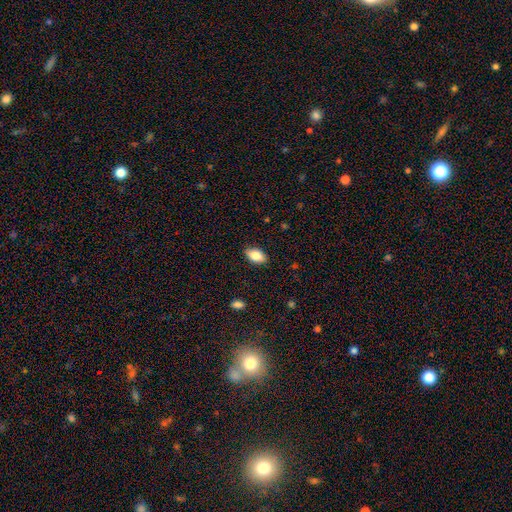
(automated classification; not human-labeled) Overall: smooth (83%). How rounded: in between (91%). Merging: none (87%).